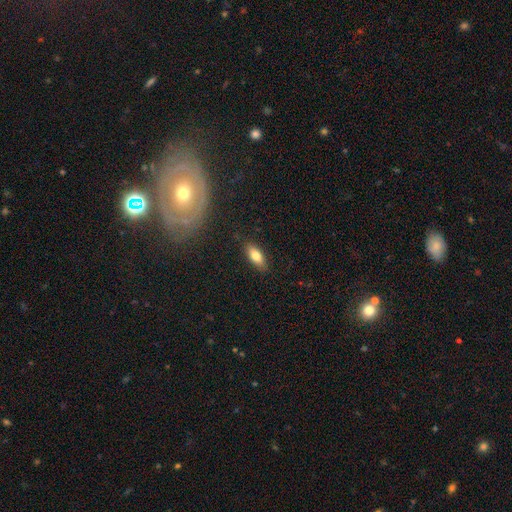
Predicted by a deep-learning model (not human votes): smooth 76%, featured or disk 16%, star or artifact 8%. Down the decision tree: how rounded — in between (77%); merging — none (86%).